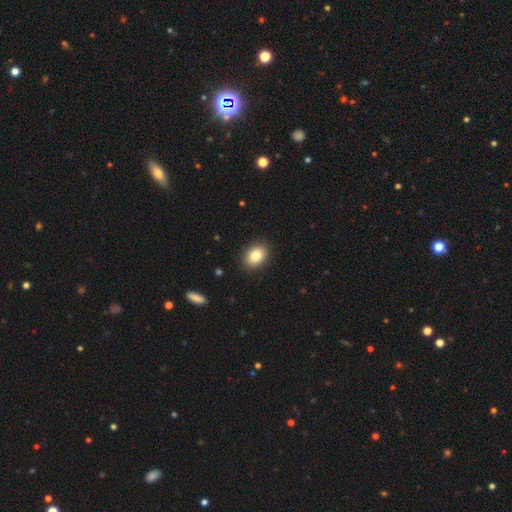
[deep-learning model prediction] A smooth galaxy with no disk features (83%) that is in between round and cigar-shaped (74%). Merging: none (89%).